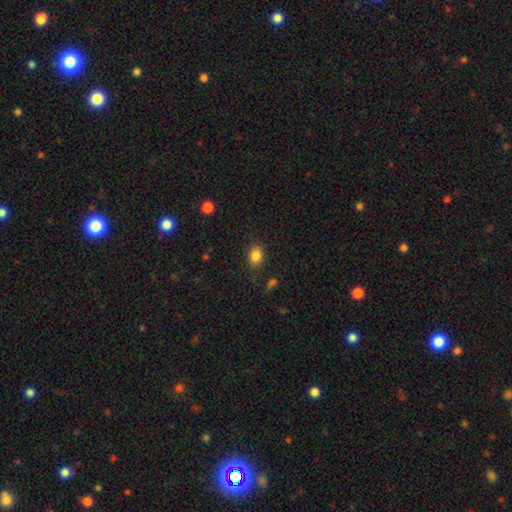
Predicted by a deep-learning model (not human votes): smooth-or-featured: smooth: 84% | star or artifact: 10% | featured or disk: 6%
  how-rounded: in between: 63% | round: 36% | cigar-shaped: 1%
  merging: none: 82% | minor disturbance: 13% | major disturbance: 4% | merger: 2%